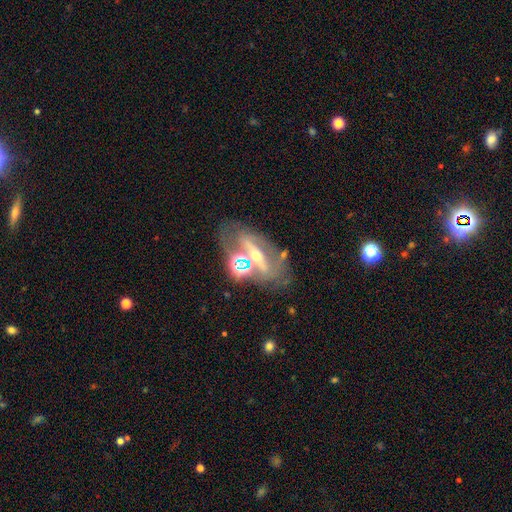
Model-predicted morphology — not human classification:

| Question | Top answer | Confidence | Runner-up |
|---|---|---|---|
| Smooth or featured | featured or disk | 77% | smooth (12%) |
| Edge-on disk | no | 76% | yes (24%) |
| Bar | strong | 63% | no (19%) |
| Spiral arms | yes | 55% | no (45%) |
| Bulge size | moderate | 53% | small (41%) |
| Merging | none | 61% | minor disturbance (16%) |